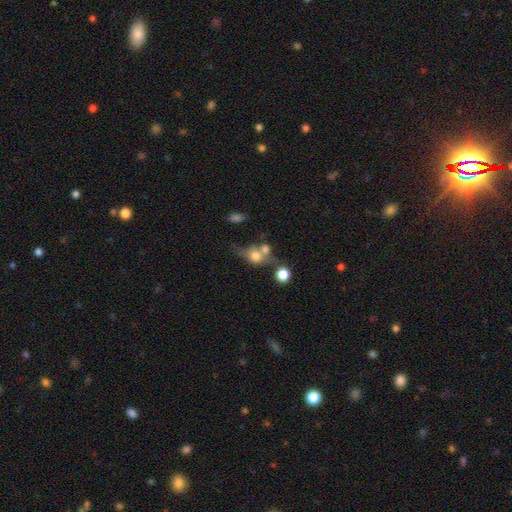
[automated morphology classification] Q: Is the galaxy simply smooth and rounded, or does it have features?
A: smooth — 64%.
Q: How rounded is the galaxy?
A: round — 52%.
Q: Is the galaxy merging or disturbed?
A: merger — 46%.